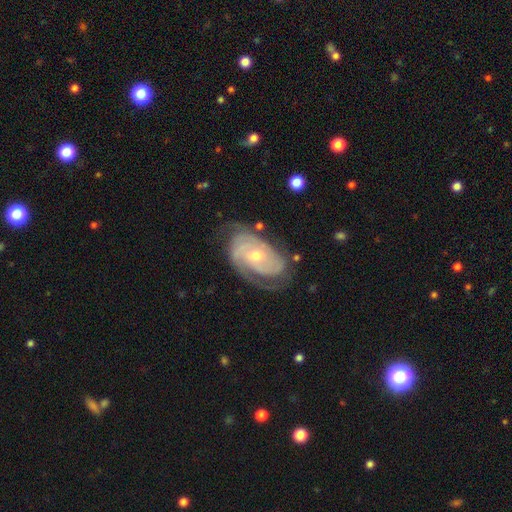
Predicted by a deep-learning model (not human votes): Overall: featured or disk (88%). Edge-on disk: no (96%). Bar: no (60%; weak 32%). Spiral arms: yes (97%). Spiral arm count: 2 (44%; can't tell 22%). Spiral winding: tight (70%). Bulge size: small (49%; moderate 48%). Merging: none (69%).